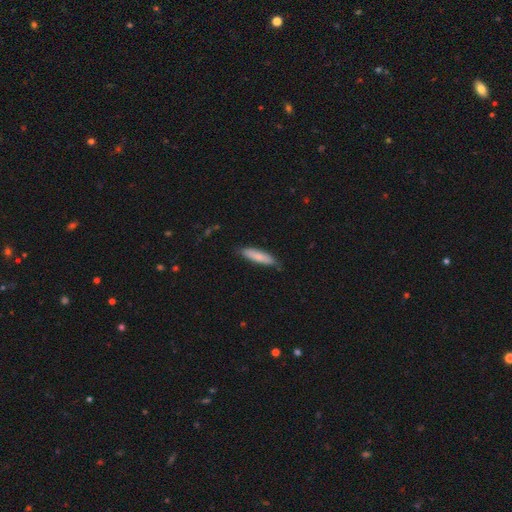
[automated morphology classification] smooth 78%, featured or disk 16%, star or artifact 5%. Down the decision tree: how rounded — cigar-shaped (74%); merging — none (82%).